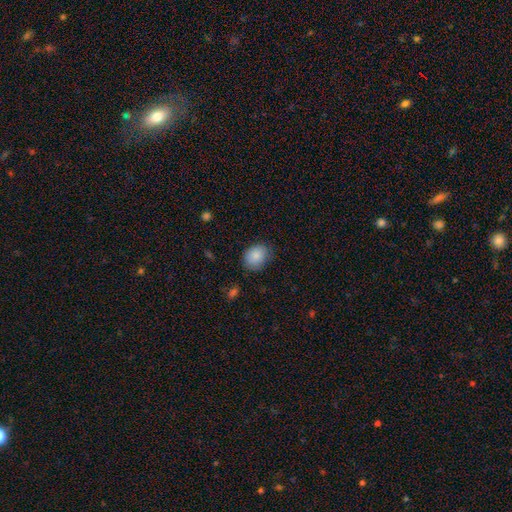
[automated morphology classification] A smooth galaxy with no disk features (86%) that is round (50%). Merging: none (74%).